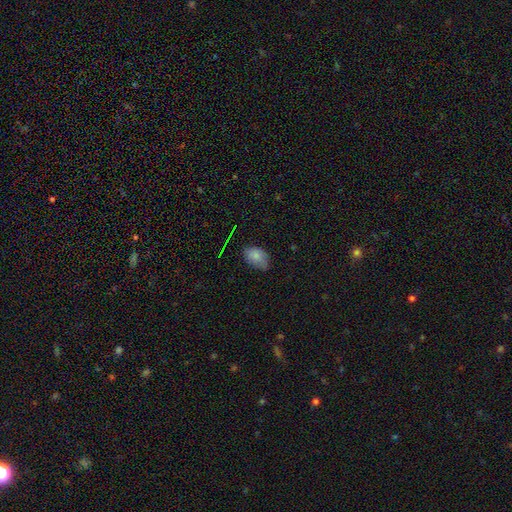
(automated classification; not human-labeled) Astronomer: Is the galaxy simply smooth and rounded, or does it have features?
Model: smooth — 79%.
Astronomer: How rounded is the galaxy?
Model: in between — 85%.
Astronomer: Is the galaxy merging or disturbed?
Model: none — 61%.